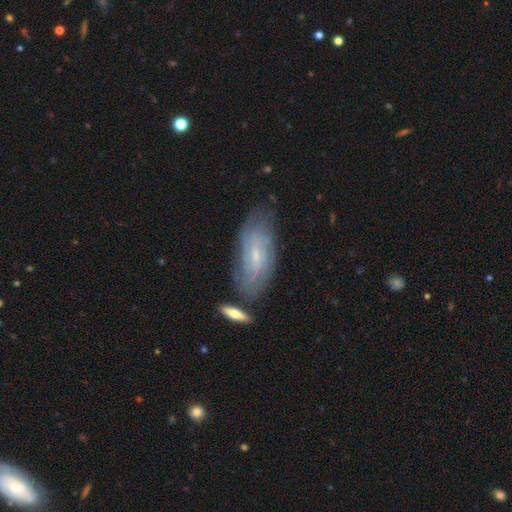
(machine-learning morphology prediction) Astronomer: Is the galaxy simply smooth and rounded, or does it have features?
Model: featured or disk — 66%.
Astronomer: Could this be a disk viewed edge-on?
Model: no — 89%.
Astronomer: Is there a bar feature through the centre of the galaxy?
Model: no — 57% (runner-up: weak, 37%).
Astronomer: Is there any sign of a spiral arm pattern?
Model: yes — 84%.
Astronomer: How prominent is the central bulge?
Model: small — 76%.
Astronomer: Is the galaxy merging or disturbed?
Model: none — 68%.